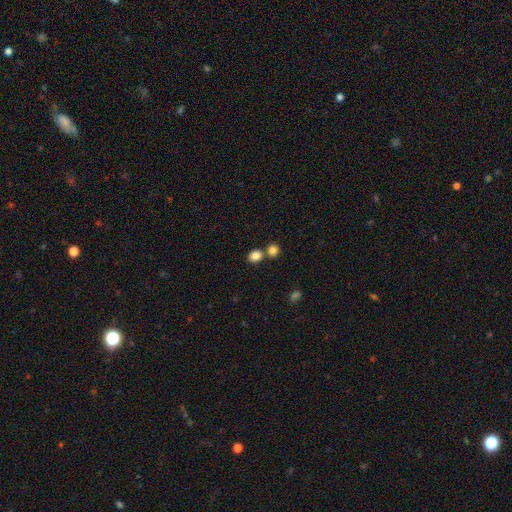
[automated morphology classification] Smooth or featured? Predicted: smooth (p=0.84). How rounded? Predicted: round (p=0.52). Merging? Predicted: none (p=0.61).